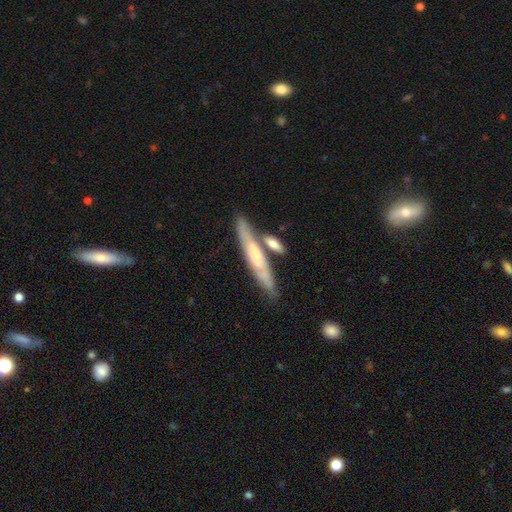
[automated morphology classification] smooth_or_featured: featured or disk (p=0.53) [alt: smooth p=0.40]
disk_edge_on: yes (p=0.70) [alt: no p=0.30]
merging: none (p=0.58) [alt: merger p=0.22]